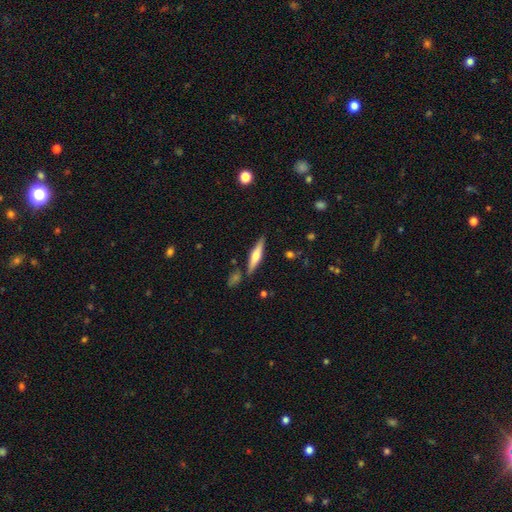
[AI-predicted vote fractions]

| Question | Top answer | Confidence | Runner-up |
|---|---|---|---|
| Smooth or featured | featured or disk | 53% | smooth (41%) |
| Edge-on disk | yes | 95% | no (5%) |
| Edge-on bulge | rounded | 82% | boxy (11%) |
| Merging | none | 83% | minor disturbance (10%) |